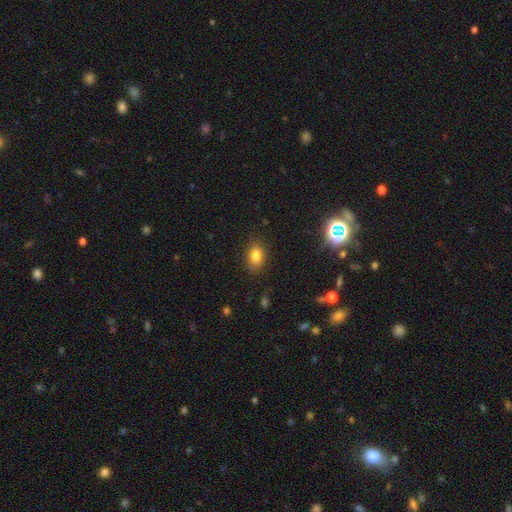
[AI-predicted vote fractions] Smooth or featured: smooth — 82% (star or artifact — 11%)
How rounded: in between — 82% (round — 16%)
Merging: none — 85% (minor disturbance — 11%)